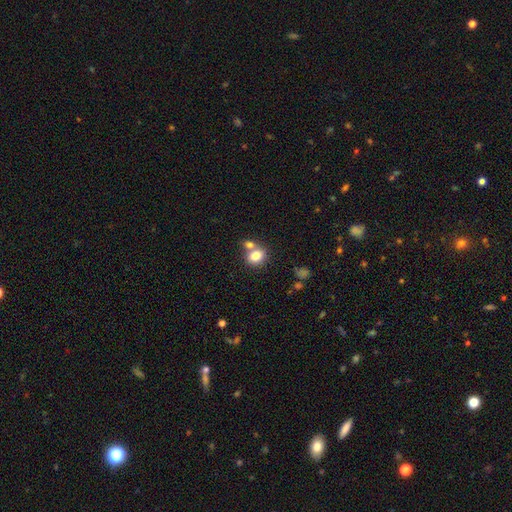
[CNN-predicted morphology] type=smooth (79%); roundness=round (55%); merging=none (48%).